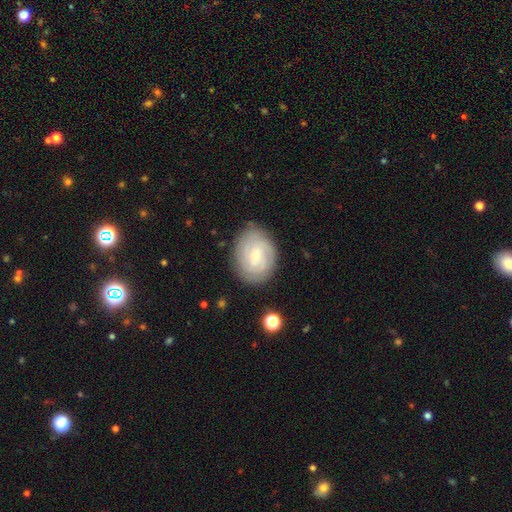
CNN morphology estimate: Smooth or featured: featured or disk — 68% (smooth — 25%)
Edge-on disk: no — 97% (yes — 3%)
Bar: no — 54% (weak — 40%)
Spiral arms: yes — 93% (no — 7%)
Spiral winding: tight — 70% (medium — 24%)
Spiral arm count: can't tell — 39% (2 — 25%)
Bulge size: small — 74% (moderate — 19%)
Merging: none — 81% (minor disturbance — 14%)